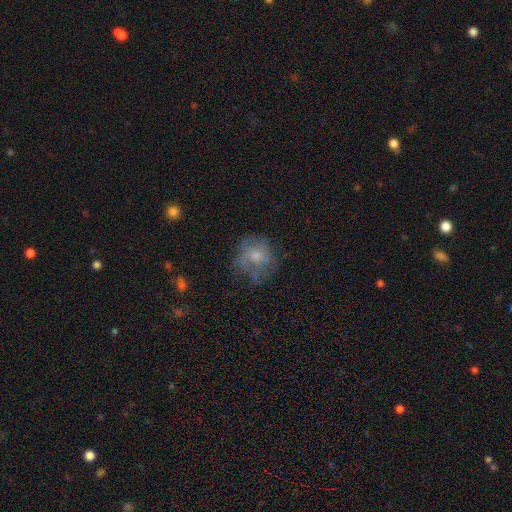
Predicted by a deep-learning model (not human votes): Smooth or featured? Predicted: smooth (p=0.48). Merging? Predicted: none (p=0.48).